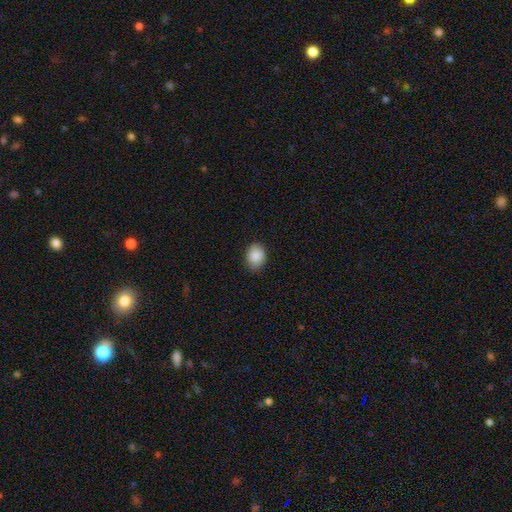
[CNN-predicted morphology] The model was most divided on "how rounded": in between: 59%, round: 40%, cigar-shaped: 1%. More confident: smooth or featured — smooth (87%); merging — none (83%).